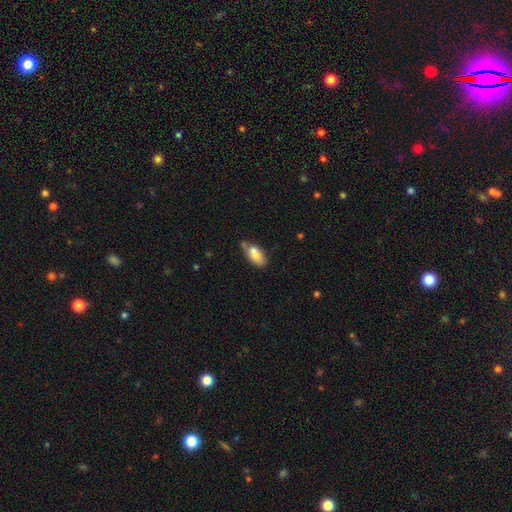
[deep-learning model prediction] Smooth or featured?
  - smooth: 75% *
  - featured or disk: 17%
  - star or artifact: 8%
How rounded?
  - in between: 88% *
  - cigar-shaped: 9%
  - round: 4%
Merging?
  - none: 47% *
  - minor disturbance: 25%
  - merger: 22%
  - major disturbance: 6%